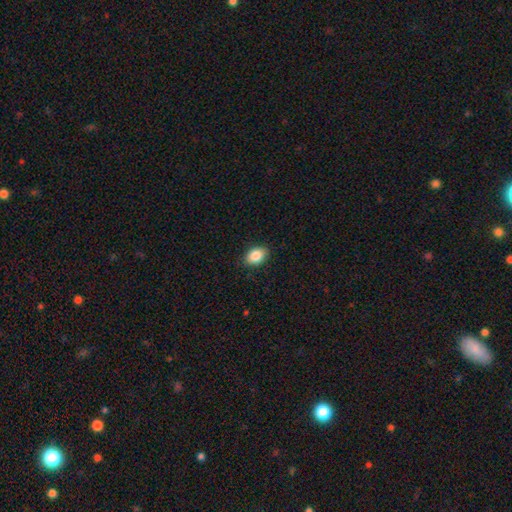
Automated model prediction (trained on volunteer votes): Smooth or featured? Predicted: smooth (p=0.86). How rounded? Predicted: in between (p=0.81). Merging? Predicted: none (p=0.87).